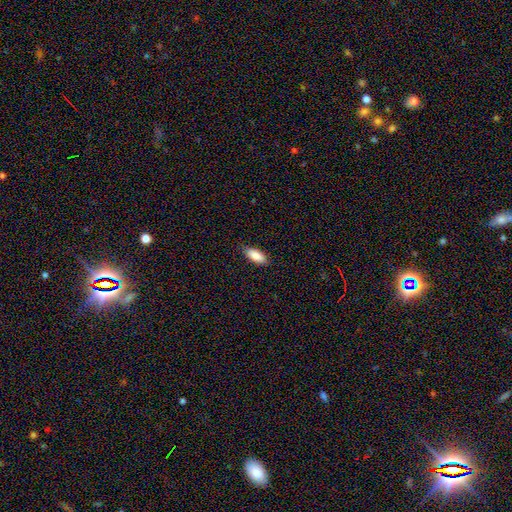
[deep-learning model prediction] Smooth or featured?
  - smooth: 88% *
  - star or artifact: 6%
  - featured or disk: 6%
How rounded?
  - in between: 84% *
  - cigar-shaped: 14%
  - round: 2%
Merging?
  - none: 85% *
  - minor disturbance: 12%
  - major disturbance: 2%
  - merger: 1%